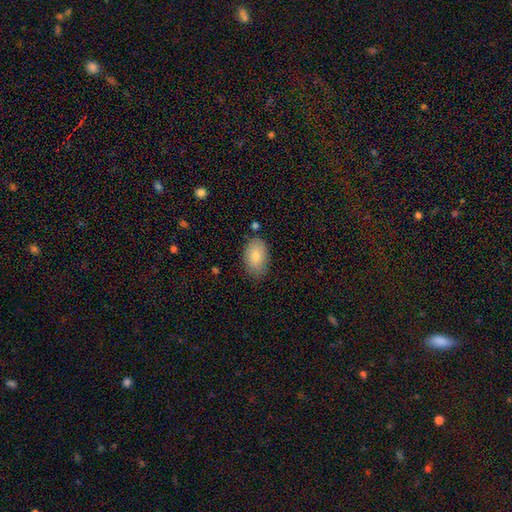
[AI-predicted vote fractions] A smooth galaxy with no disk features (81%) that is in between round and cigar-shaped (91%).

Vote fractions:
- Smooth or featured? smooth: 81% / featured or disk: 12% / star or artifact: 7%
- How rounded? in between: 91% / round: 7% / cigar-shaped: 1%
- Merging? none: 74% / minor disturbance: 19% / major disturbance: 4% / merger: 3%